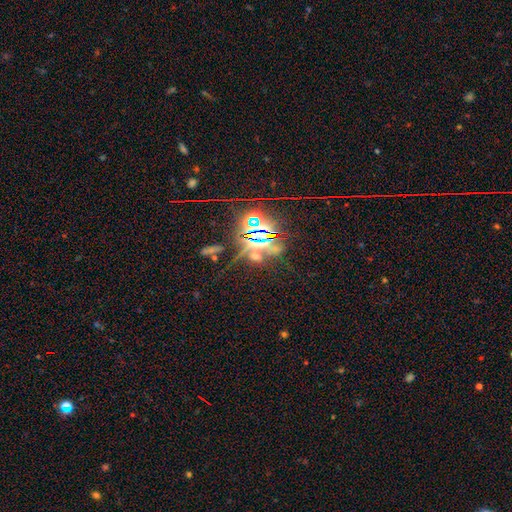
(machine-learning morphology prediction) Smooth or featured? Predicted: star or artifact (p=0.78).